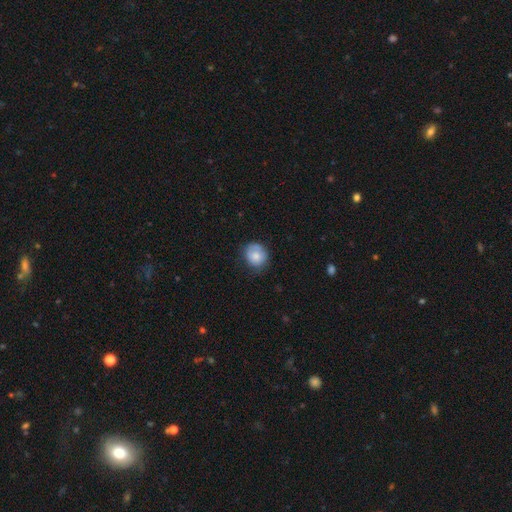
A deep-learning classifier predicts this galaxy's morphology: This is likely a smooth galaxy (77%). How rounded: likely round (76%). Merging: likely none (66%).